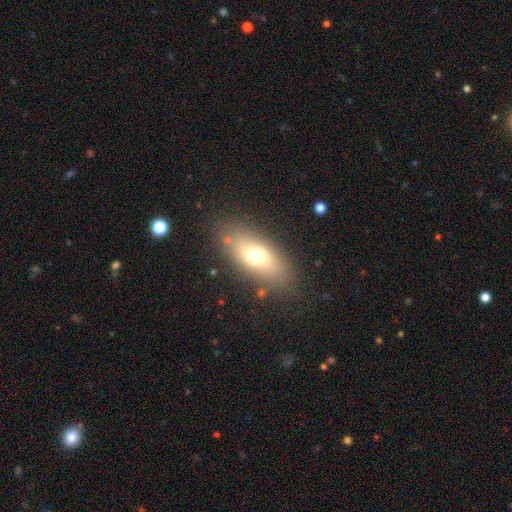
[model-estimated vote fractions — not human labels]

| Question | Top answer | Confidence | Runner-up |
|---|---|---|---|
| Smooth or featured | smooth | 68% | featured or disk (23%) |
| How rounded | in between | 79% | cigar-shaped (16%) |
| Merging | none | 81% | minor disturbance (11%) |